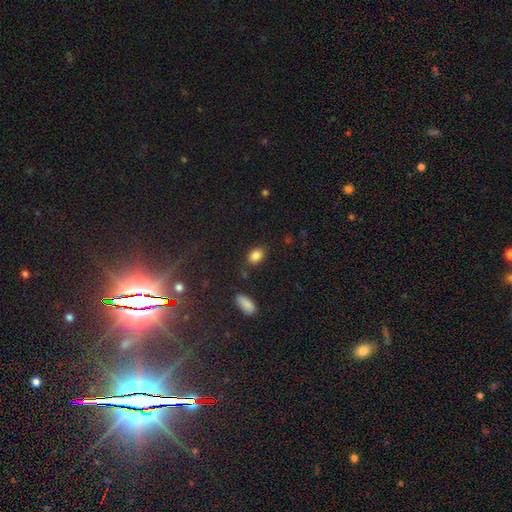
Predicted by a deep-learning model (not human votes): Smooth or featured: smooth — 85% (star or artifact — 9%)
How rounded: in between — 84% (round — 15%)
Merging: none — 79% (minor disturbance — 13%)